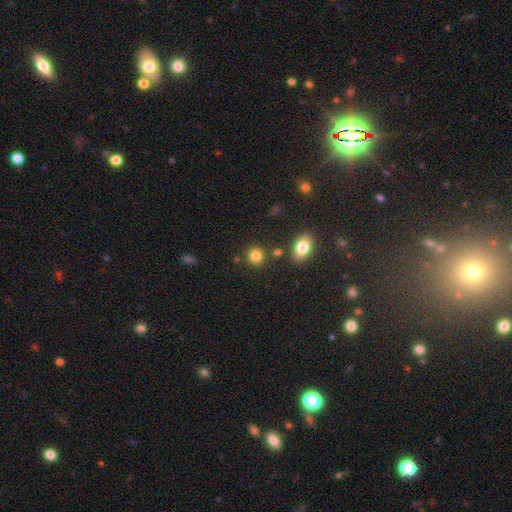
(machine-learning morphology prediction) Smooth or featured? Predicted: smooth (p=0.83). How rounded? Predicted: round (p=0.87). Merging? Predicted: none (p=0.83).